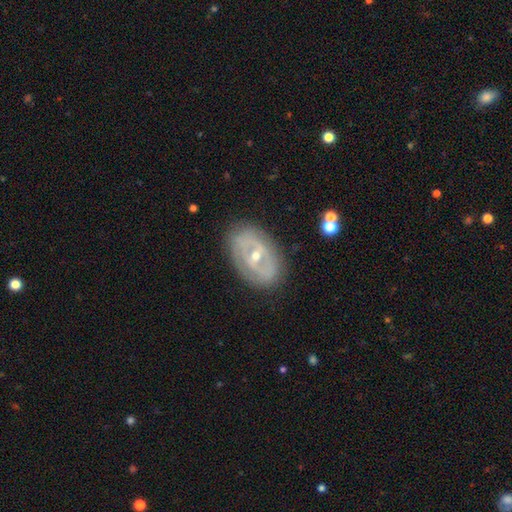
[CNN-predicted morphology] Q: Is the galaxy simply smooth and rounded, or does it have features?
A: featured or disk — 74%.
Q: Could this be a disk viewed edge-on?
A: no — 93%.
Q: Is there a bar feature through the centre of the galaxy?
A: weak — 41%.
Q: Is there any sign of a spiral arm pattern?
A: no — 53%.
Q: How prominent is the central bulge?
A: moderate — 50%.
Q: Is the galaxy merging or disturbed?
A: none — 80%.